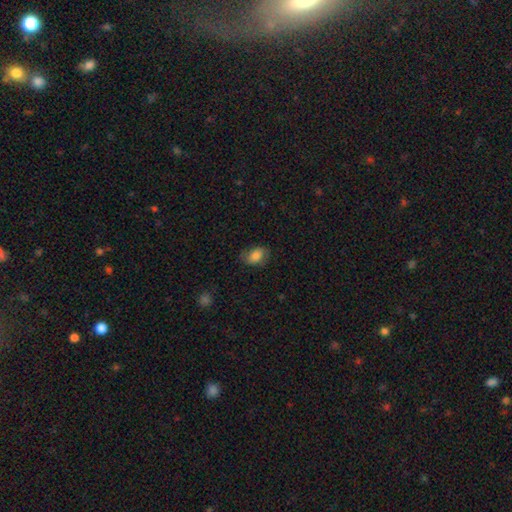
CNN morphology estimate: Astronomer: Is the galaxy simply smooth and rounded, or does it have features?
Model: smooth — 75%.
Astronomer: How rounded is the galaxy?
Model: in between — 84%.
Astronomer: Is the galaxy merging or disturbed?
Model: none — 73%.